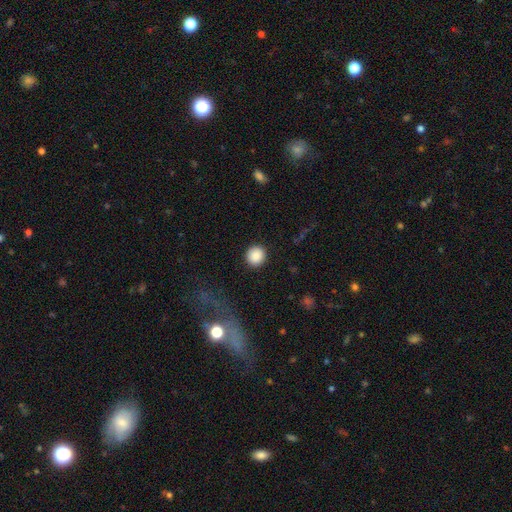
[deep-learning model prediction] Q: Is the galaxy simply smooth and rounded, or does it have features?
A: smooth — 89%.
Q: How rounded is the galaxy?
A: round — 92%.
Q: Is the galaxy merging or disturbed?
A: none — 91%.